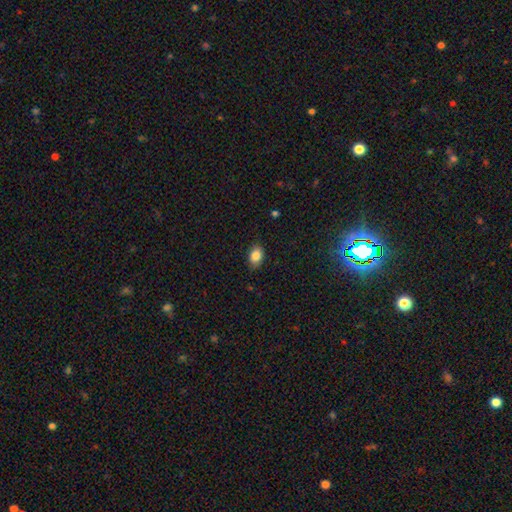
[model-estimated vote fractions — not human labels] This appears to be a smooth galaxy with no disk features (85%) that is in between round and cigar-shaped (82%). Merging: none (82%).